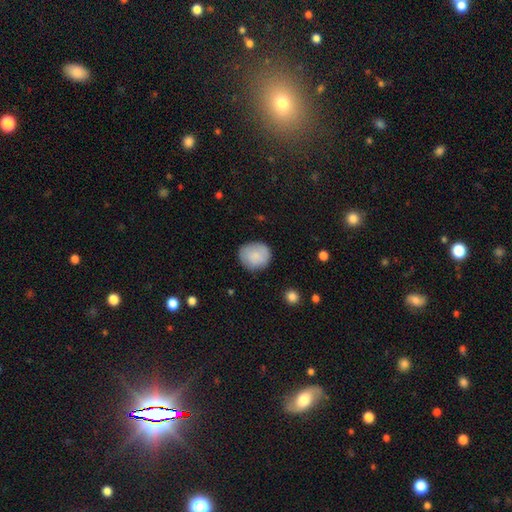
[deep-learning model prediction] Smooth or featured?
  - smooth: 84% *
  - featured or disk: 9%
  - star or artifact: 7%
How rounded?
  - round: 78% *
  - in between: 21%
  - cigar-shaped: 1%
Merging?
  - none: 80% *
  - minor disturbance: 15%
  - major disturbance: 3%
  - merger: 1%